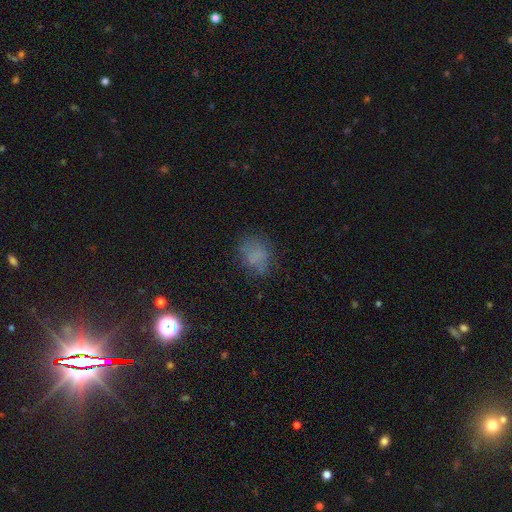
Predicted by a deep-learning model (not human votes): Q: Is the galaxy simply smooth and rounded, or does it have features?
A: smooth — 64%.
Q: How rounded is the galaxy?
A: round — 55%.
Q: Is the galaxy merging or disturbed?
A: none — 64%.